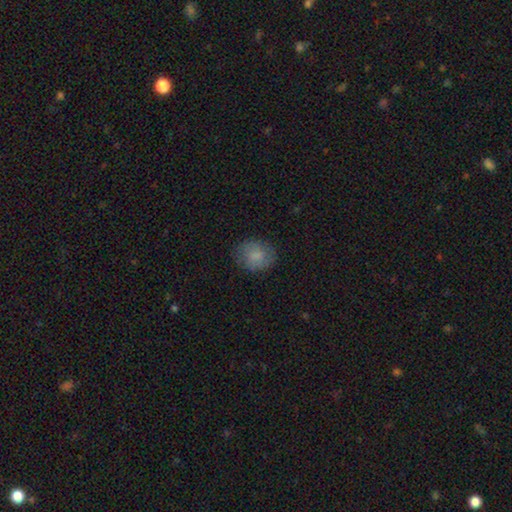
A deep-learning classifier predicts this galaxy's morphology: A smooth galaxy with no disk features (79%) that is round (61%). Merging: none (78%).